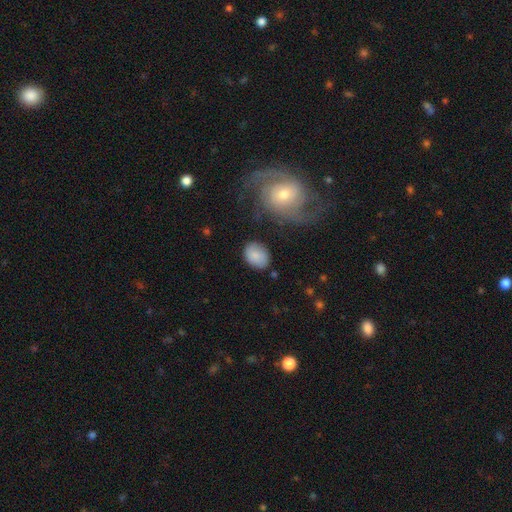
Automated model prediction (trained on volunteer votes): This appears to be a smooth galaxy with no disk features (82%) that is in between round and cigar-shaped (65%). Merging: none (76%).